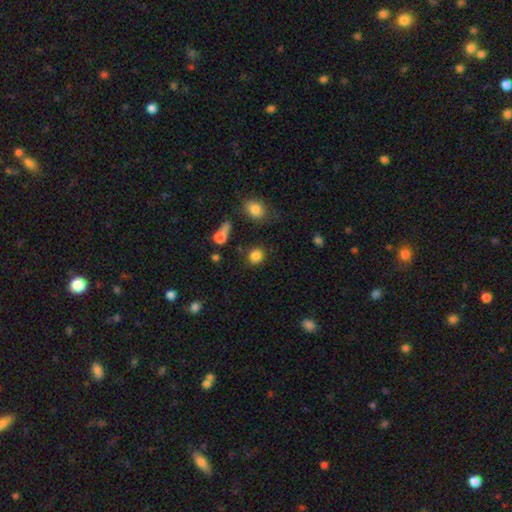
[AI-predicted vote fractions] Smooth or featured: smooth — 85% (star or artifact — 11%)
How rounded: round — 77% (in between — 21%)
Merging: none — 82% (minor disturbance — 10%)